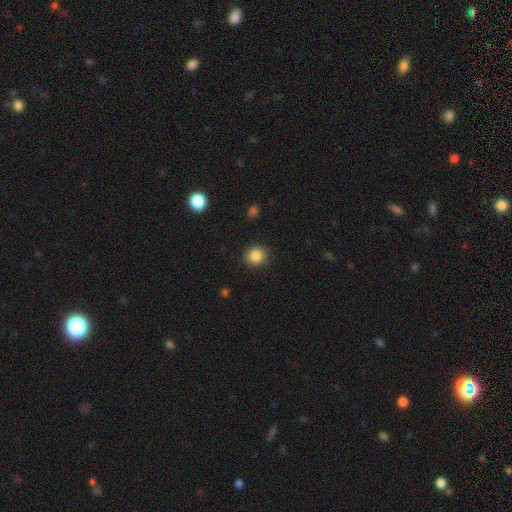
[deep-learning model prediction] smooth 85%, star or artifact 10%, featured or disk 4%. Down the decision tree: how rounded — round (90%); merging — none (91%).